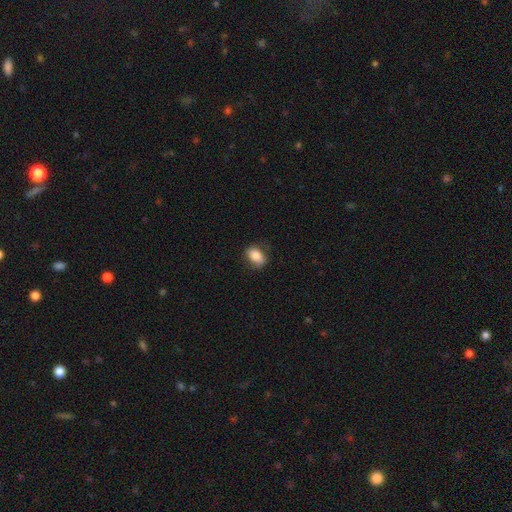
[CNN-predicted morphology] type=smooth (82%); roundness=in between (83%); merging=none (78%).